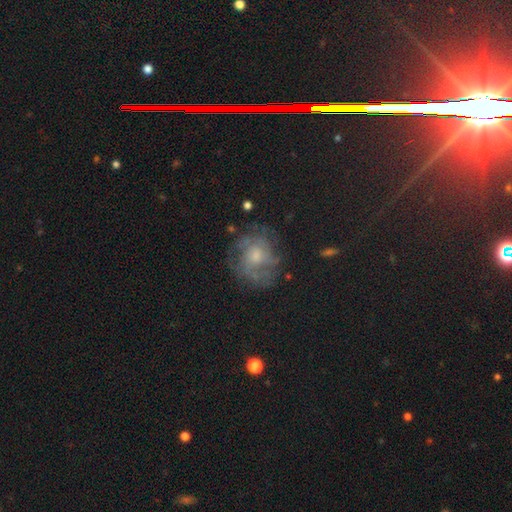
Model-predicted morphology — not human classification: Smooth or featured? Predicted: featured or disk (p=0.62). Edge-on disk? Predicted: no (p=0.97). Bar? Predicted: no (p=0.75). Spiral arms? Predicted: yes (p=0.76). Bulge size? Predicted: moderate (p=0.46). Merging? Predicted: none (p=0.68).